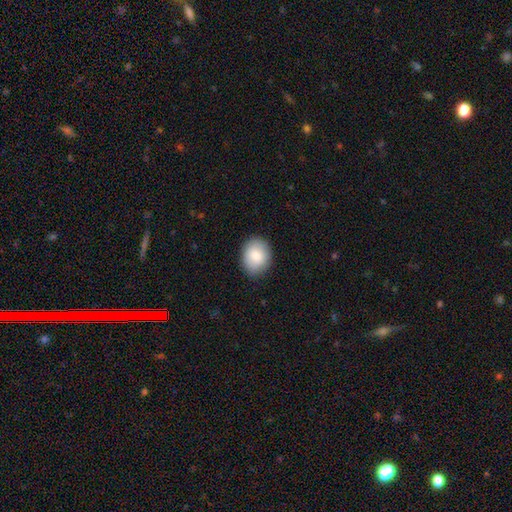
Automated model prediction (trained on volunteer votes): Smooth or featured: smooth — 83% (featured or disk — 10%)
How rounded: round — 51% (in between — 49%)
Merging: none — 86% (minor disturbance — 11%)